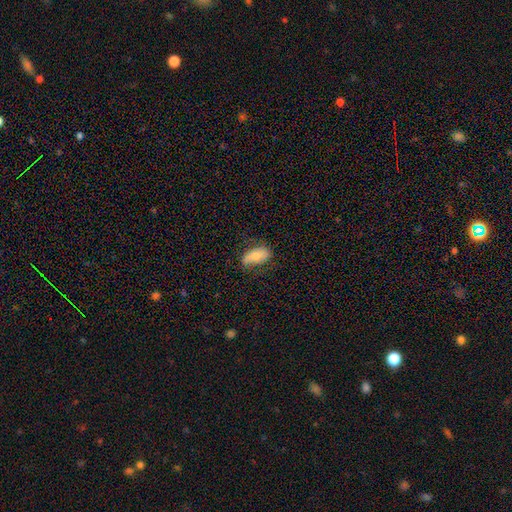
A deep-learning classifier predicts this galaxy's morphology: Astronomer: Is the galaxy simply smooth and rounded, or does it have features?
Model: smooth — 69%.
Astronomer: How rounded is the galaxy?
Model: in between — 90%.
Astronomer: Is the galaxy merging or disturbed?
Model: none — 68%.